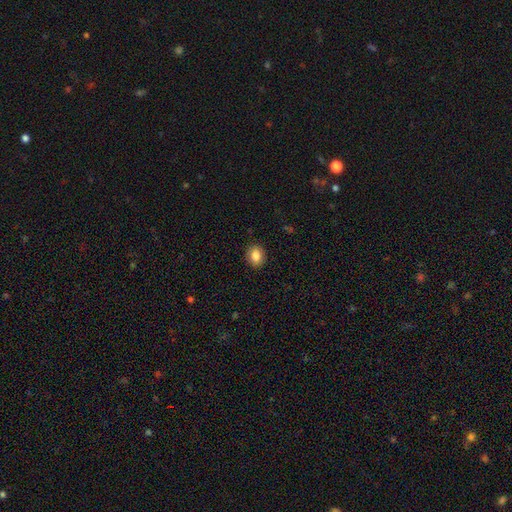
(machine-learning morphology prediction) This appears to be a smooth galaxy with no disk features (85%) that is round (59%). Merging: none (90%).